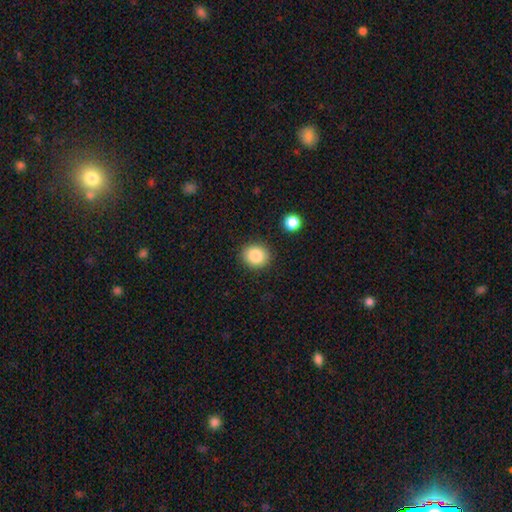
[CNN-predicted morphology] Smooth or featured?
  - smooth: 86% *
  - star or artifact: 9%
  - featured or disk: 5%
How rounded?
  - round: 79% *
  - in between: 20%
  - cigar-shaped: 1%
Merging?
  - none: 88% *
  - minor disturbance: 8%
  - major disturbance: 3%
  - merger: 2%